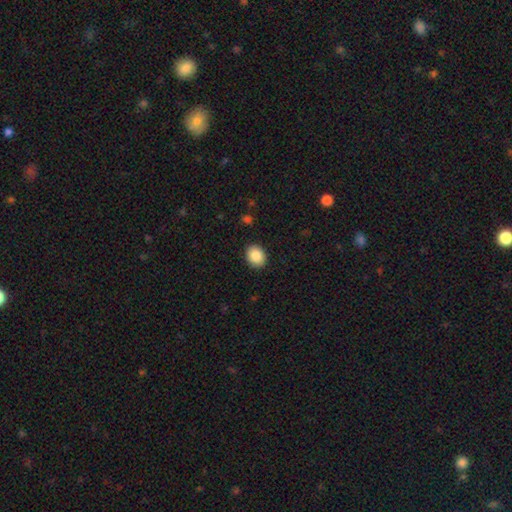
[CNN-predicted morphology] A smooth galaxy with no disk features (88%) that is in between round and cigar-shaped (52%). Merging: none (90%).